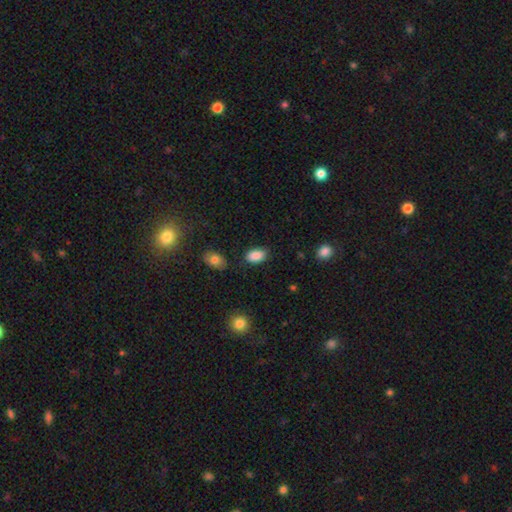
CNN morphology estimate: smooth_or_featured: smooth (p=0.87) [alt: star or artifact p=0.08]
how_rounded: in between (p=0.91) [alt: round p=0.08]
merging: none (p=0.81) [alt: minor disturbance p=0.13]